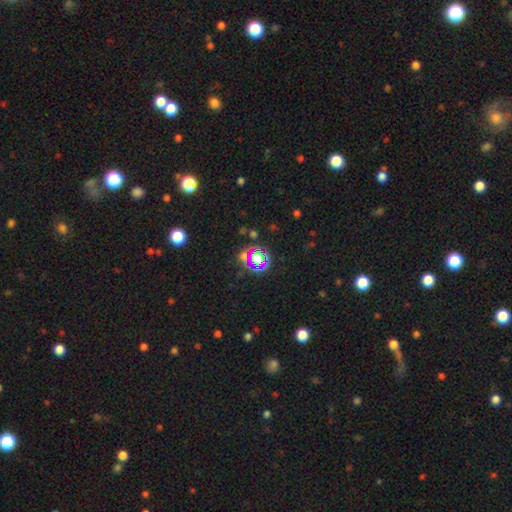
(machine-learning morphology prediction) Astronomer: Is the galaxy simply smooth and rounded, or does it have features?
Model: star or artifact — 62%.